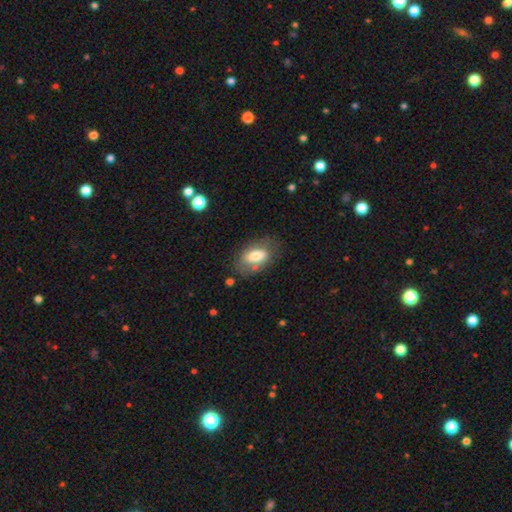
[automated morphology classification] Smooth or featured: smooth — 68% (featured or disk — 25%)
How rounded: in between — 89% (round — 8%)
Merging: none — 66% (minor disturbance — 20%)